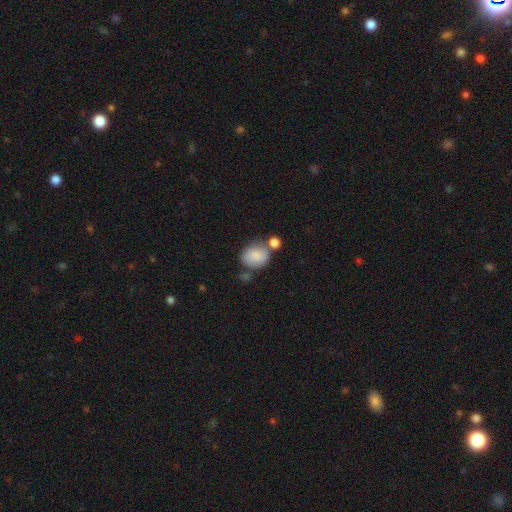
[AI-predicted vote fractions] The model was most divided on "how rounded": round: 62%, in between: 37%, cigar-shaped: 1%. More confident: smooth or featured — smooth (82%); merging — none (51%).